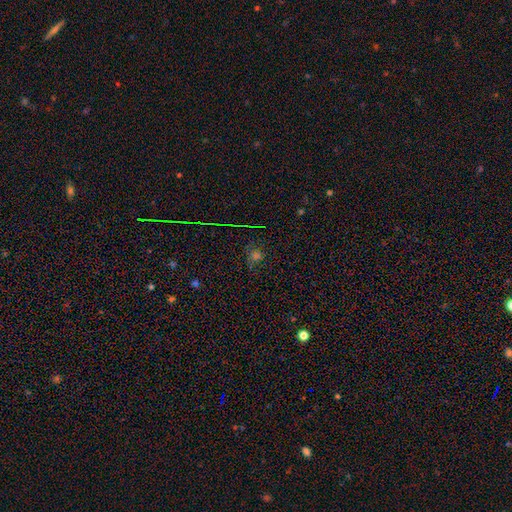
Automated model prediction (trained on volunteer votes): Morphology: type=star or artifact (46%).